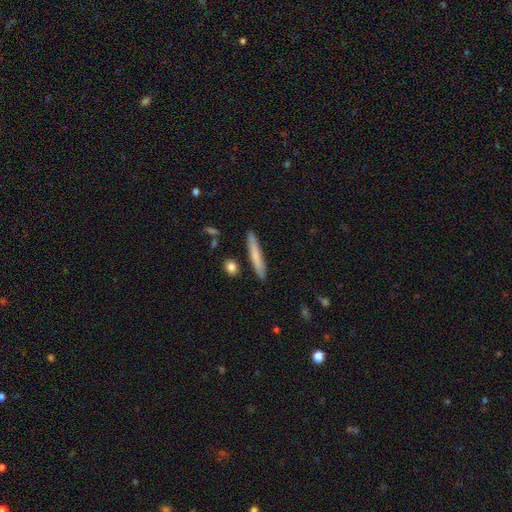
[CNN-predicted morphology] This is likely a smooth galaxy (70%). How rounded: clearly cigar-shaped (95%). Merging: clearly none (88%).